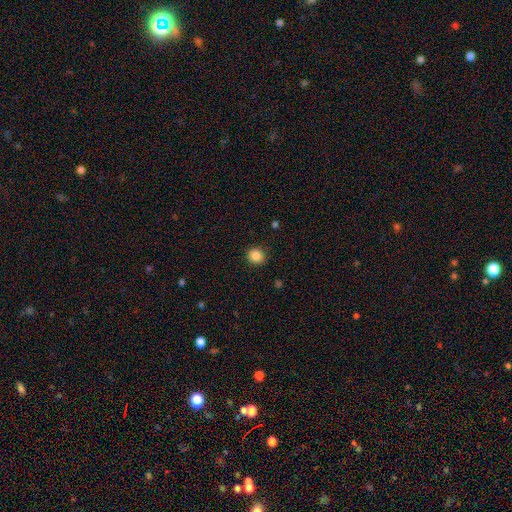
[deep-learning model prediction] Q: Smooth or featured?
A: smooth (85%); runner-up: star or artifact (11%)
Q: How rounded?
A: round (86%); runner-up: in between (13%)
Q: Merging?
A: none (90%); runner-up: minor disturbance (7%)